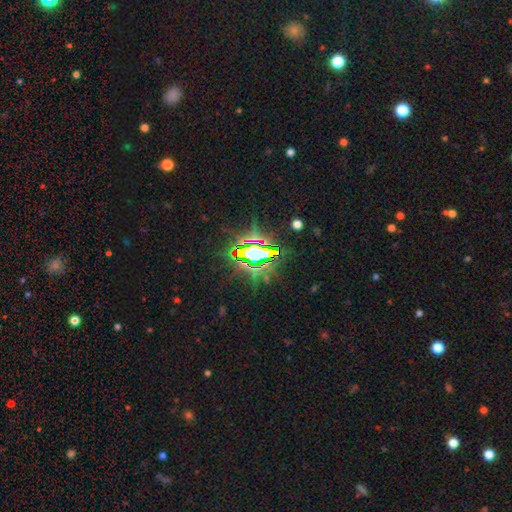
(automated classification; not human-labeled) This appears to be a star or artifact, not a galaxy (80%).